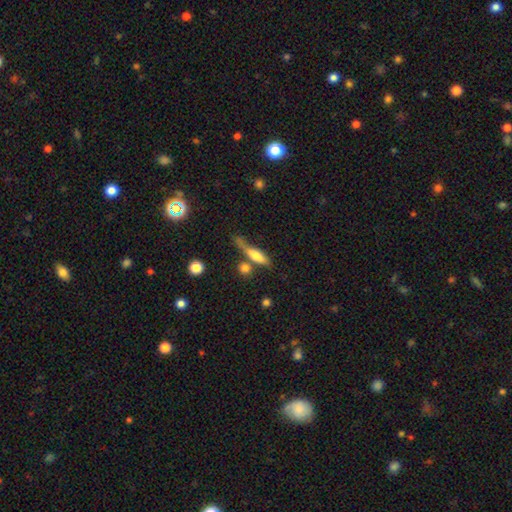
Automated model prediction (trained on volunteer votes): Smooth or featured? Predicted: smooth (p=0.63). How rounded? Predicted: cigar-shaped (p=0.62). Merging? Predicted: none (p=0.43).